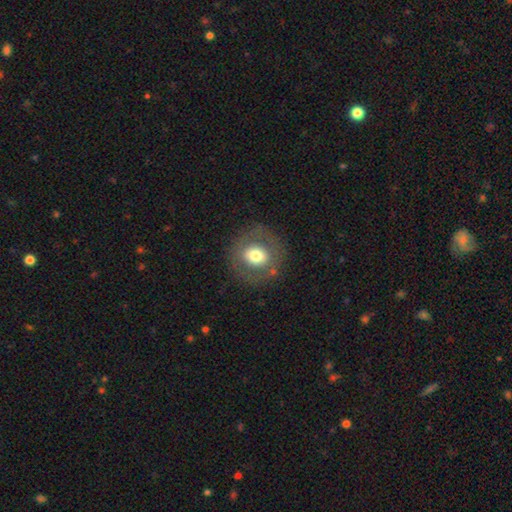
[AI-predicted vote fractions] Morphology: type=smooth (61%); roundness=round (88%); merging=none (82%).